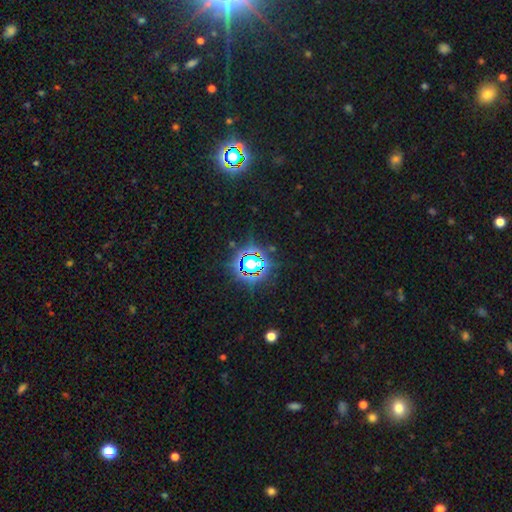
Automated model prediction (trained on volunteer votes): This is likely a star or artifact rather than a galaxy (74%).